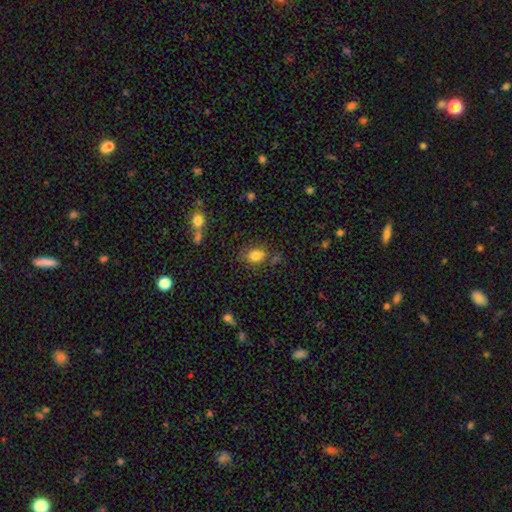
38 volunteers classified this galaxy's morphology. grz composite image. It shows a smooth galaxy with no disk features (89%) that is in between round and cigar-shaped (59%). Merging: none (72%).